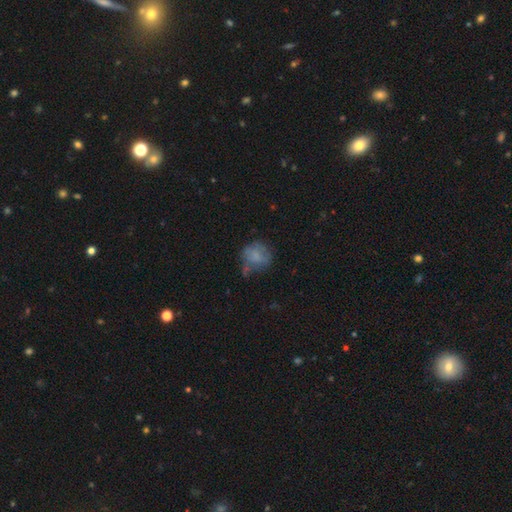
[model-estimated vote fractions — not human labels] smooth-or-featured: smooth: 63% | featured or disk: 26% | star or artifact: 10%
  how-rounded: round: 74% | in between: 24% | cigar-shaped: 1%
  merging: none: 43% | minor disturbance: 30% | major disturbance: 21% | merger: 6%